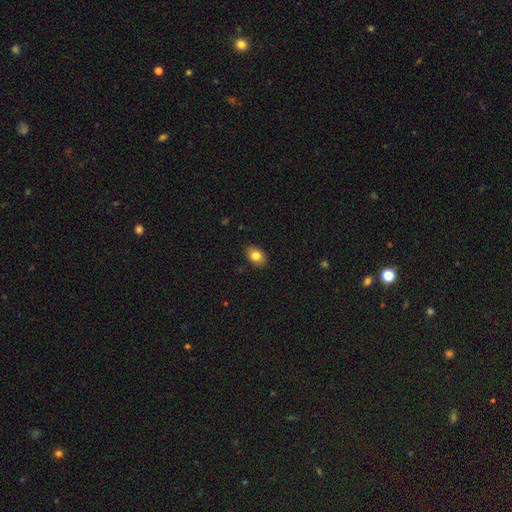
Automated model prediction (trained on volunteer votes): Smooth or featured?
  - smooth: 81% *
  - featured or disk: 10%
  - star or artifact: 9%
How rounded?
  - in between: 75% *
  - round: 24%
  - cigar-shaped: 1%
Merging?
  - none: 88% *
  - minor disturbance: 9%
  - major disturbance: 2%
  - merger: 1%